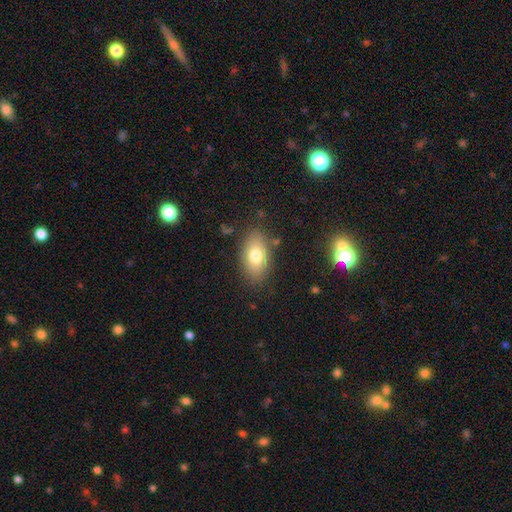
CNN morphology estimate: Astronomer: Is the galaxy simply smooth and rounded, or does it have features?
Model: smooth — 76%.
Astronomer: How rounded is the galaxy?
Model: in between — 90%.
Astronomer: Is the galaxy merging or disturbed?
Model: none — 82%.